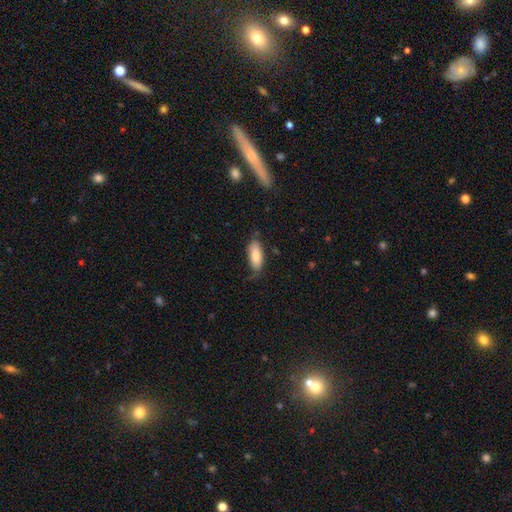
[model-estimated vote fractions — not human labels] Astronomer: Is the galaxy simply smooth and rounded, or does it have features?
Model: smooth — 82%.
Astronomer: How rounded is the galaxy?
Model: in between — 80%.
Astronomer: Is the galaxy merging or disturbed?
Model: none — 67%.